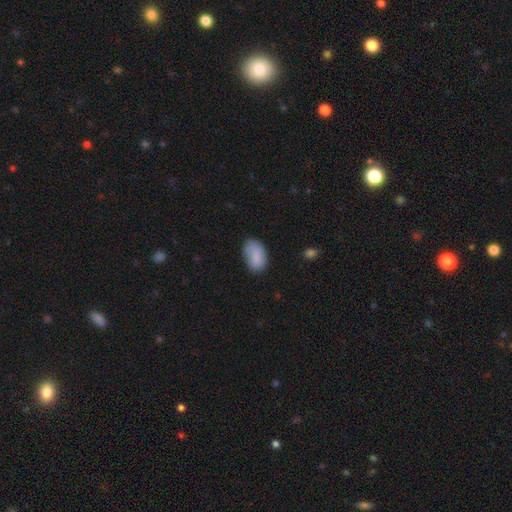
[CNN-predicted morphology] Q: Smooth or featured?
A: smooth (82%); runner-up: featured or disk (11%)
Q: How rounded?
A: in between (91%); runner-up: round (7%)
Q: Merging?
A: none (64%); runner-up: minor disturbance (26%)